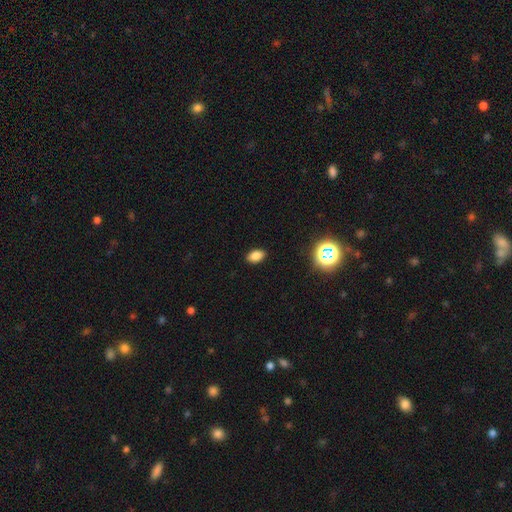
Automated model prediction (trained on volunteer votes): Smooth or featured: smooth — 81% (star or artifact — 14%)
How rounded: in between — 87% (round — 11%)
Merging: none — 89% (minor disturbance — 8%)